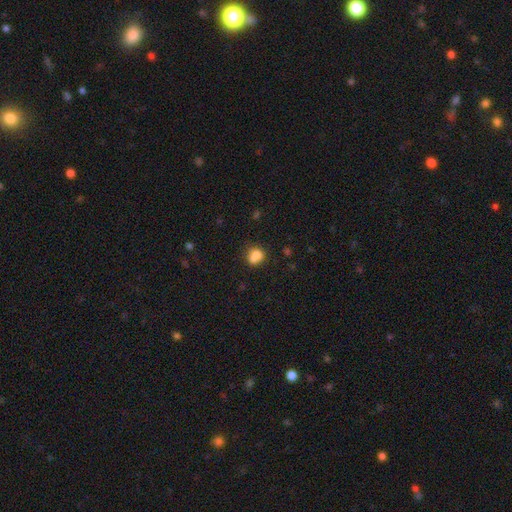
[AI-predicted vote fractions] Q: Smooth or featured?
A: smooth (75%); runner-up: featured or disk (14%)
Q: How rounded?
A: round (66%); runner-up: in between (33%)
Q: Merging?
A: merger (46%); runner-up: none (36%)